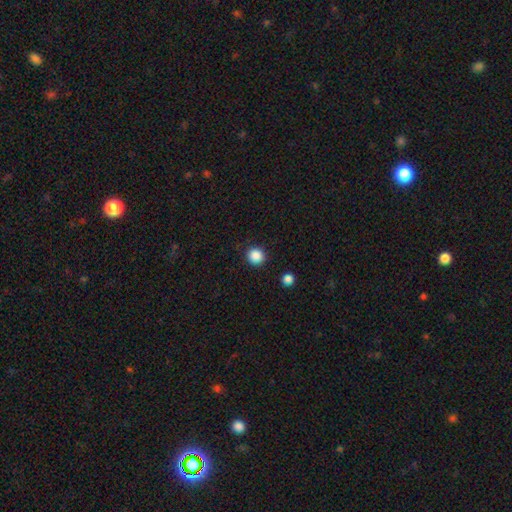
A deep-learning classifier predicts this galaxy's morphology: A smooth galaxy with no disk features (87%) that is round (92%).

Vote fractions:
- Smooth or featured? smooth: 87% / star or artifact: 10% / featured or disk: 3%
- How rounded? round: 92% / in between: 7% / cigar-shaped: 1%
- Merging? none: 90% / minor disturbance: 6% / major disturbance: 2% / merger: 2%